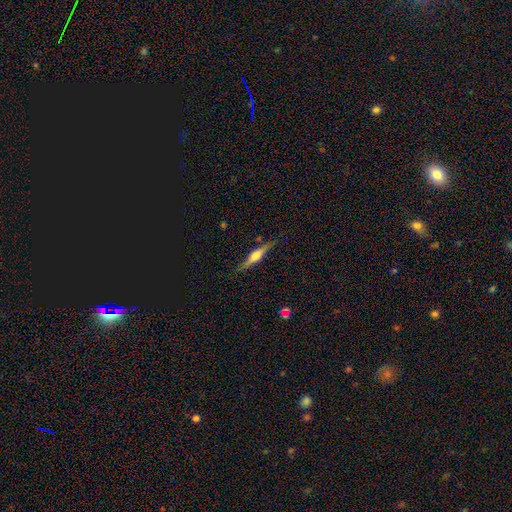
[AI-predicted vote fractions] smooth_or_featured: featured or disk (p=0.71) [alt: smooth p=0.23]
disk_edge_on: yes (p=0.97) [alt: no p=0.03]
edge_on_bulge: rounded (p=0.80) [alt: boxy p=0.16]
merging: none (p=0.84) [alt: minor disturbance p=0.12]